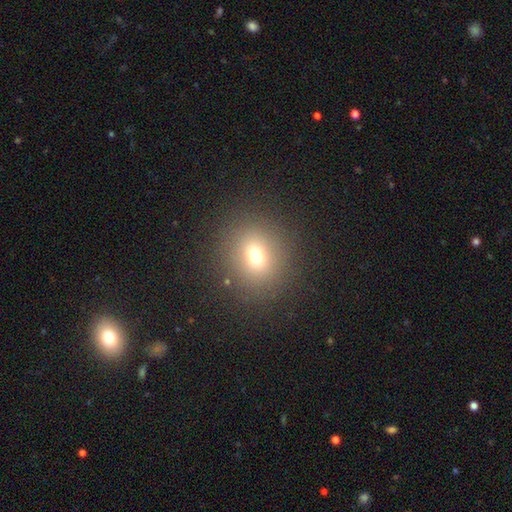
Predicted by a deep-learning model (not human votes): Smooth or featured: smooth — 70% (star or artifact — 20%)
How rounded: round — 79% (in between — 20%)
Merging: none — 87% (minor disturbance — 7%)